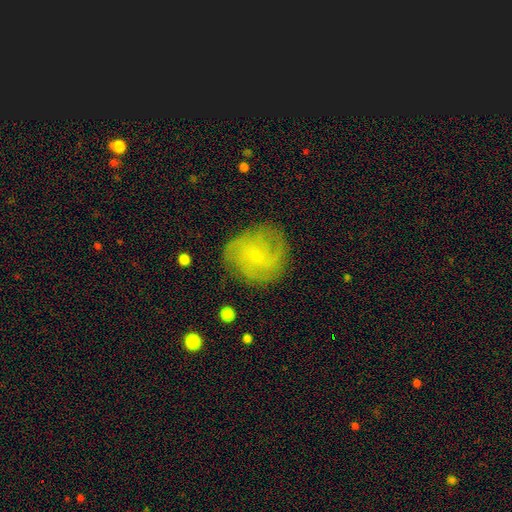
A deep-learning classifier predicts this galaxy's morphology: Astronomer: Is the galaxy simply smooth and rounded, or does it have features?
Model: featured or disk — 66%.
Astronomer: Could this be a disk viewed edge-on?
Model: no — 97%.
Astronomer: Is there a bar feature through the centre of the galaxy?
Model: no — 69%.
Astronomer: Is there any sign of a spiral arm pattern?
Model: yes — 89%.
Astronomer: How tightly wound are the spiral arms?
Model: medium — 42% (runner-up: tight, 39%).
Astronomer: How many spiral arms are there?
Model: can't tell — 31% (runner-up: 3, 23%).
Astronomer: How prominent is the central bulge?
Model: small — 83%.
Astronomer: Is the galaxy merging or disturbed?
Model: none — 75%.